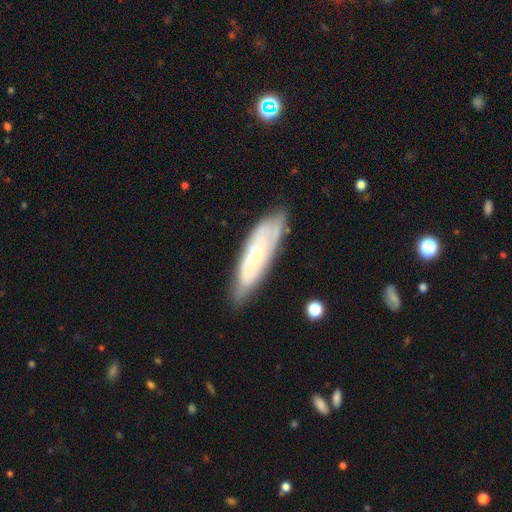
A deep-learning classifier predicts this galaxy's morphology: A featured or disk galaxy (54%). Merging: none (72%).